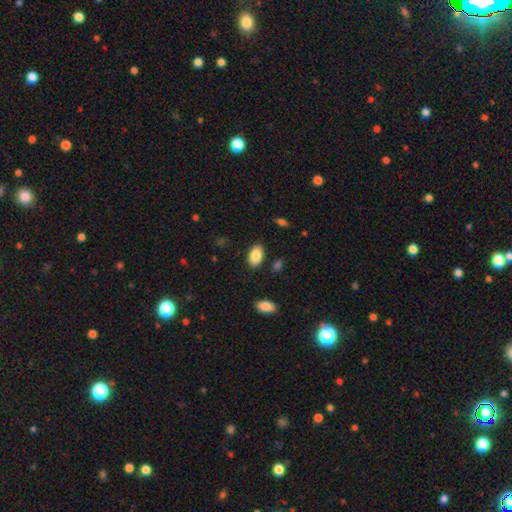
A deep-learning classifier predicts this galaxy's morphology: Smooth or featured: smooth — 87% (star or artifact — 7%)
How rounded: in between — 93% (round — 5%)
Merging: none — 86% (minor disturbance — 10%)